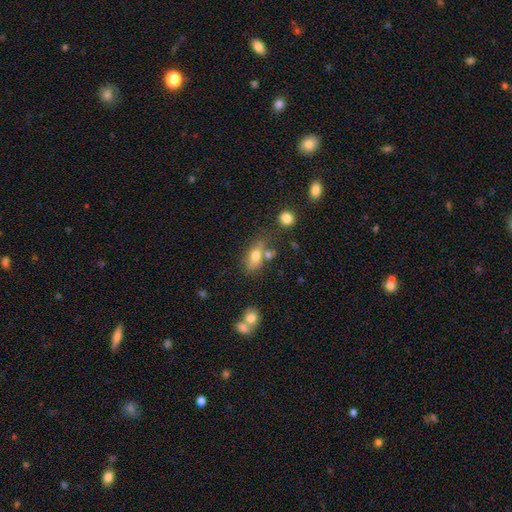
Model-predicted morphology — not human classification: A smooth galaxy with no disk features (69%) that is in between round and cigar-shaped (79%). Merging: none (51%).